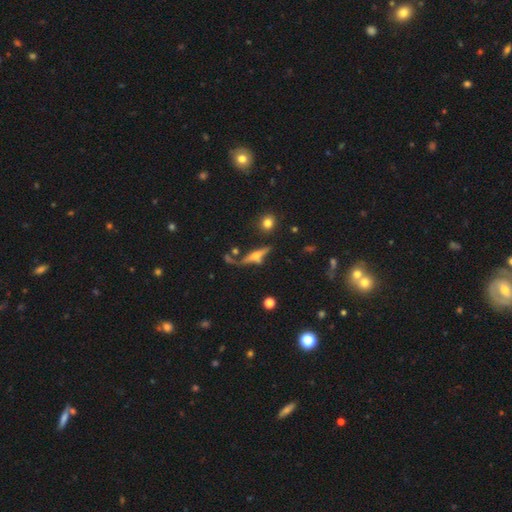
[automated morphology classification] A featured or disk galaxy (69%) viewed edge-on (90%) with a rounded central bulge (87%).

Vote fractions:
- Smooth or featured? featured or disk: 69% / smooth: 20% / star or artifact: 11%
- Edge-on disk? yes: 90% / no: 10%
- Edge-on bulge? rounded: 87% / boxy: 7% / none: 6%
- Merging? none: 60% / minor disturbance: 18% / major disturbance: 11% / merger: 11%